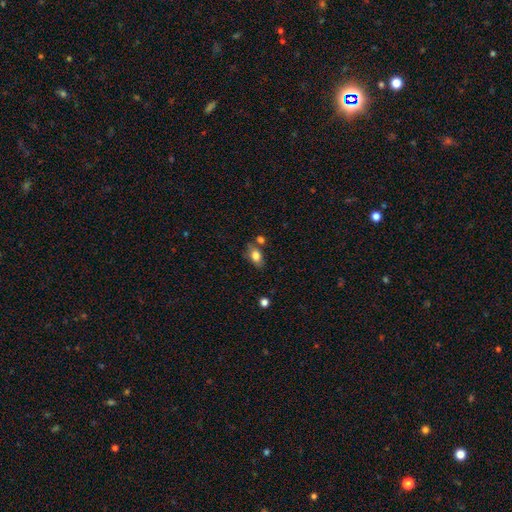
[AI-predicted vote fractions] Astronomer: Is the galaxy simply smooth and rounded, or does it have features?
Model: smooth — 78%.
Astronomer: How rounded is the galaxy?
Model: in between — 85%.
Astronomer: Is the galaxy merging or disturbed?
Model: none — 67%.